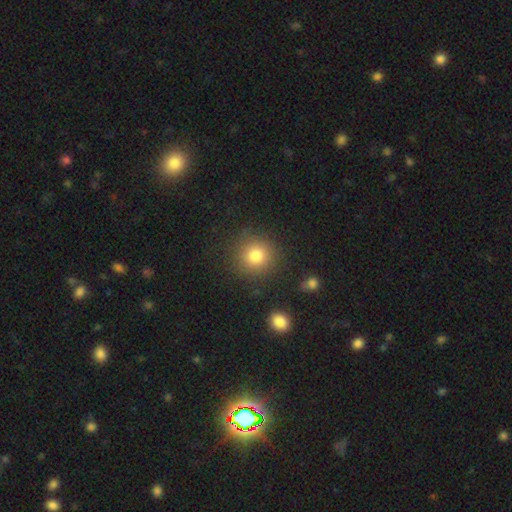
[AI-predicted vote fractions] The model was most divided on "smooth or featured": smooth: 81%, star or artifact: 12%, featured or disk: 7%. More confident: how rounded — round (91%); merging — none (85%).